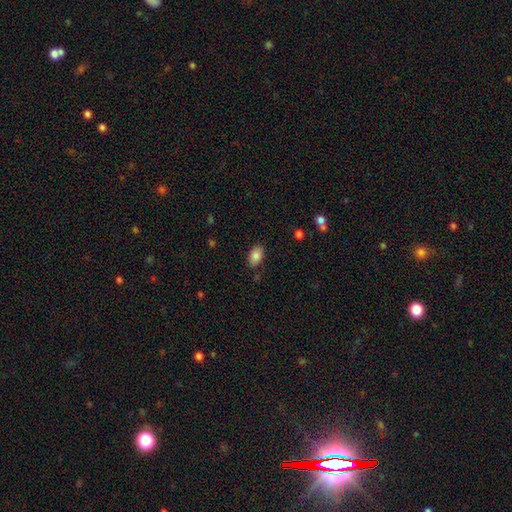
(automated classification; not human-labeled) Smooth or featured? Predicted: smooth (p=0.85). How rounded? Predicted: in between (p=0.91). Merging? Predicted: none (p=0.83).